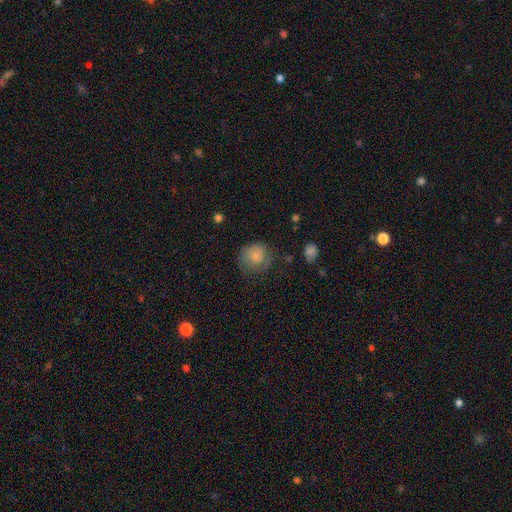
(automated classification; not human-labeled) This appears to be a smooth galaxy with no disk features (73%) that is round (84%). Merging: none (57%).